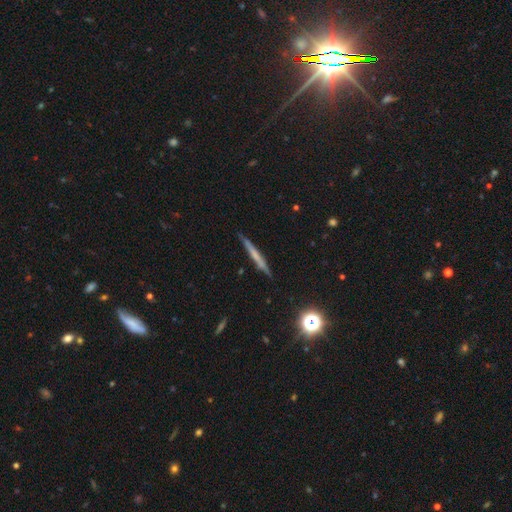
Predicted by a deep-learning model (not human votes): This is possibly a featured or disk galaxy (48%). Merging: clearly none (89%).